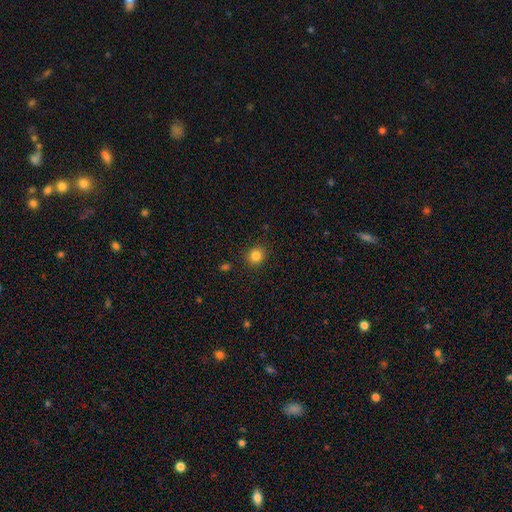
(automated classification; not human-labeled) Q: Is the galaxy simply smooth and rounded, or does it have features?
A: smooth — 83%.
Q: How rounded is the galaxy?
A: round — 86%.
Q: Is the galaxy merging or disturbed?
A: none — 89%.